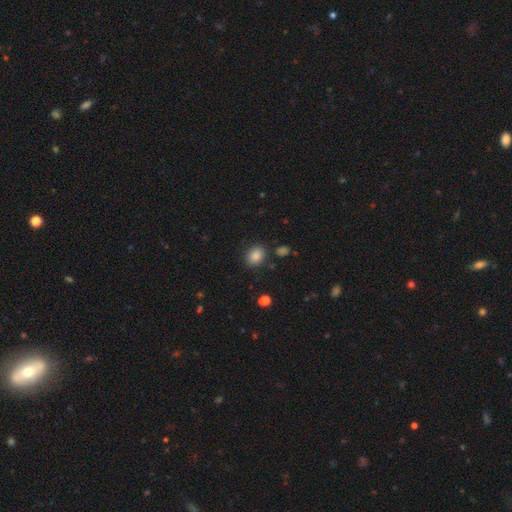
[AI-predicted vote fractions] Smooth or featured? Predicted: smooth (p=0.85). How rounded? Predicted: in between (p=0.52). Merging? Predicted: none (p=0.82).